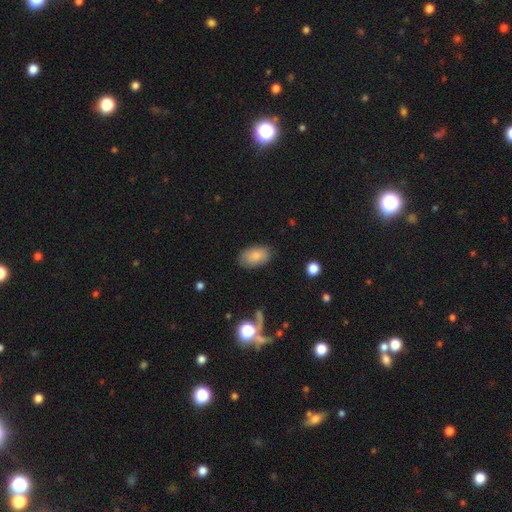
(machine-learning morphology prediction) Smooth or featured: smooth — 84% (featured or disk — 9%)
How rounded: in between — 93% (round — 5%)
Merging: none — 83% (minor disturbance — 12%)